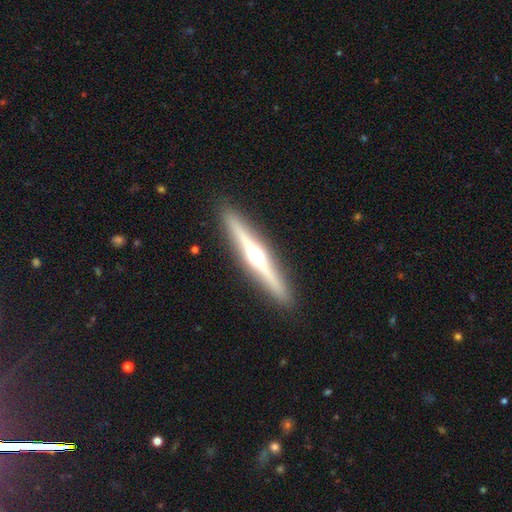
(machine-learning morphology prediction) The model was most divided on "smooth or featured": featured or disk: 77%, smooth: 18%, star or artifact: 5%. More confident: edge-on disk — yes (98%); edge-on bulge — rounded (95%); merging — none (92%).